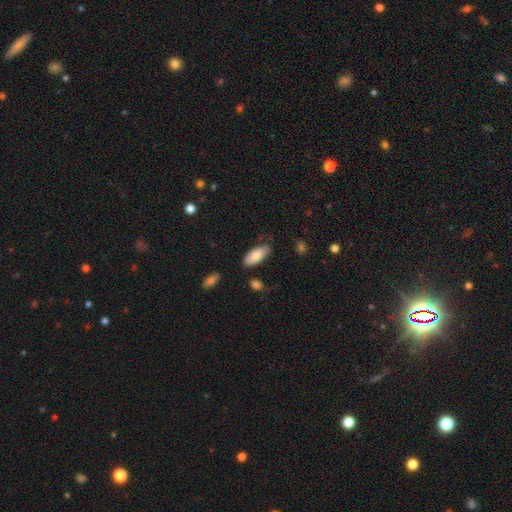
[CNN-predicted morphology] Smooth or featured? Predicted: smooth (p=0.82). How rounded? Predicted: in between (p=0.88). Merging? Predicted: none (p=0.67).